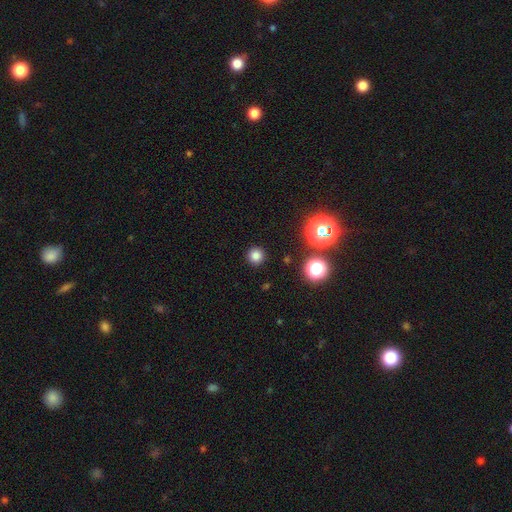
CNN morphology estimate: The model was most divided on "smooth or featured": smooth: 79%, star or artifact: 17%, featured or disk: 5%. More confident: how rounded — round (95%); merging — none (92%).